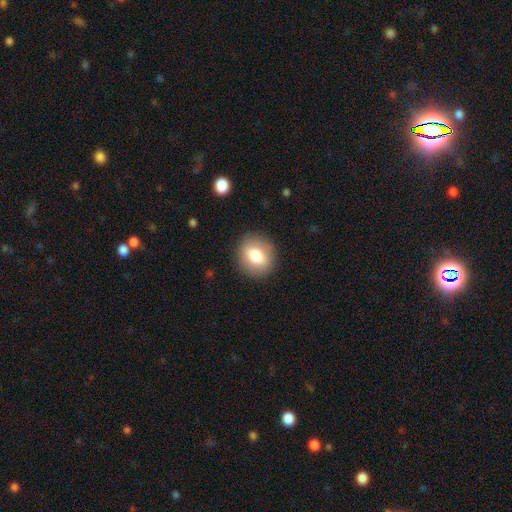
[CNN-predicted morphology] Smooth or featured? Predicted: smooth (p=0.76). How rounded? Predicted: round (p=0.69). Merging? Predicted: none (p=0.89).